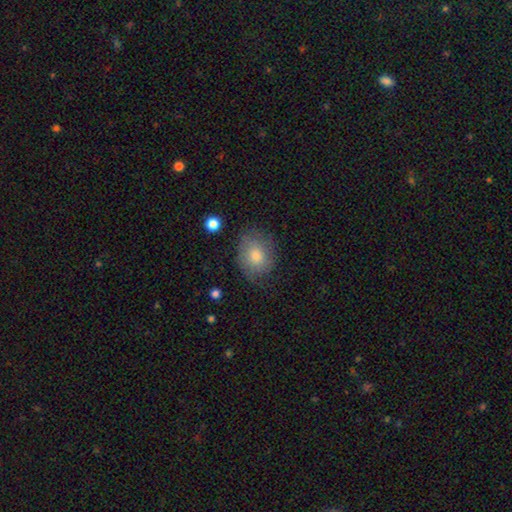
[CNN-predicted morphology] This is likely a smooth galaxy (71%). How rounded: possibly round (57%). Merging: likely none (69%).